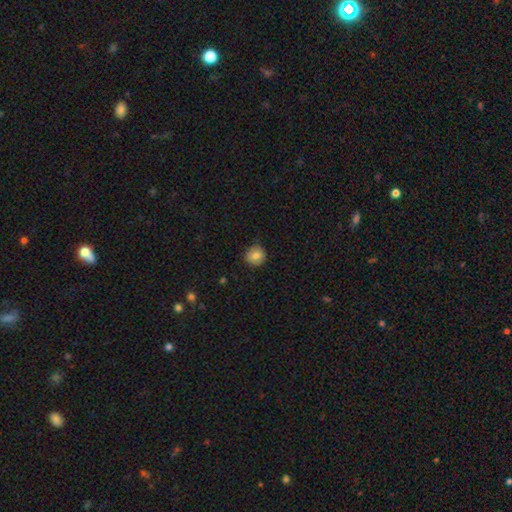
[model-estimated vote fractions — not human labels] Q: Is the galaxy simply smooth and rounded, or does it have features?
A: smooth — 80%.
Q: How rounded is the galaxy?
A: round — 91%.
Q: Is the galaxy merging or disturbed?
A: none — 80%.